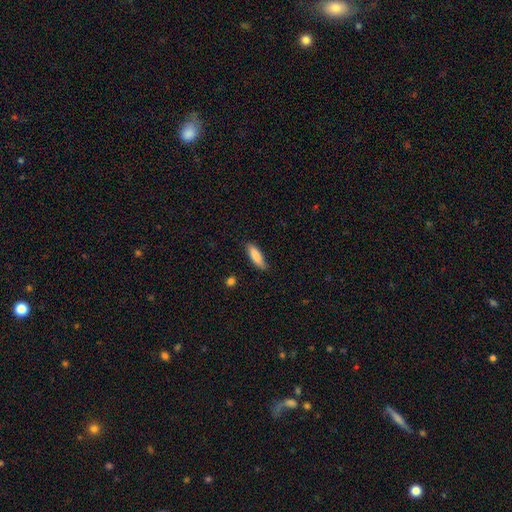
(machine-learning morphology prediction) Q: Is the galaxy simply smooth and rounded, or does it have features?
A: smooth — 85%.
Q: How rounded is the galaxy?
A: cigar-shaped — 52%.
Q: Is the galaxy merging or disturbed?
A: none — 82%.